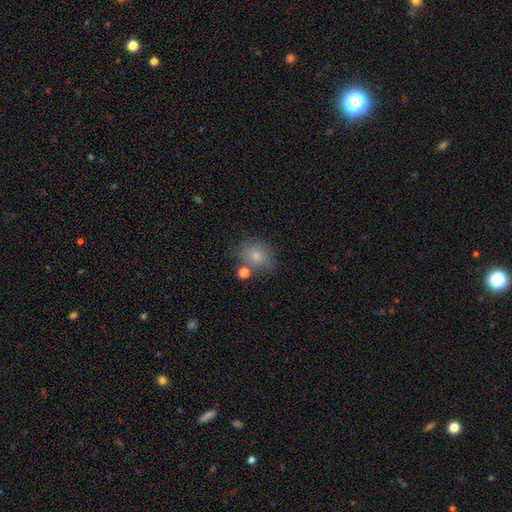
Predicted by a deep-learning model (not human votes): Smooth or featured? Predicted: smooth (p=0.80). How rounded? Predicted: round (p=0.64). Merging? Predicted: none (p=0.68).